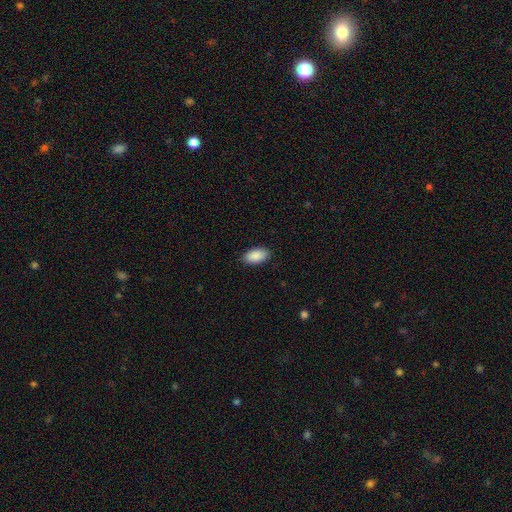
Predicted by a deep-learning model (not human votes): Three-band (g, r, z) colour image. It shows a smooth galaxy with no disk features (91%) that is in between round and cigar-shaped (95%). Merging: none (89%).